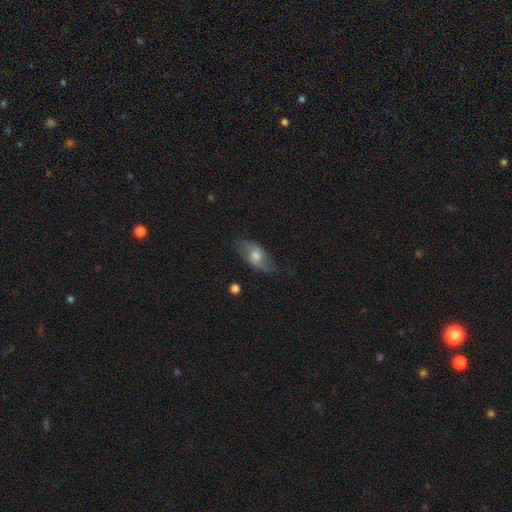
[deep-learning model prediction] A smooth galaxy with no disk features (48%).

Vote fractions:
- Smooth or featured? smooth: 48% / featured or disk: 44% / star or artifact: 8%
- Merging? none: 68% / minor disturbance: 22% / major disturbance: 8% / merger: 2%